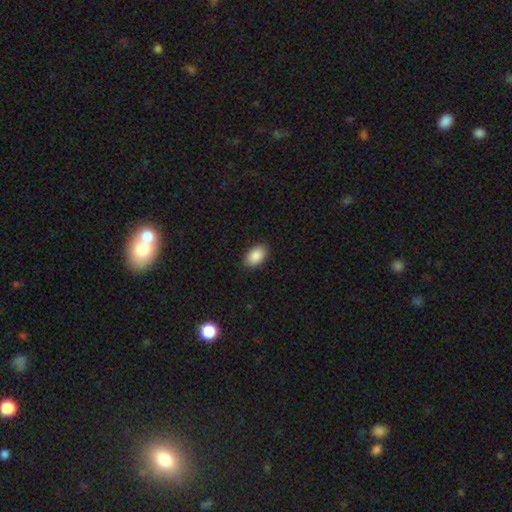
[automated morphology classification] A smooth galaxy with no disk features (89%) that is in between round and cigar-shaped (91%).

Vote fractions:
- Smooth or featured? smooth: 89% / star or artifact: 7% / featured or disk: 4%
- How rounded? in between: 91% / round: 7% / cigar-shaped: 1%
- Merging? none: 88% / minor disturbance: 9% / major disturbance: 2% / merger: 1%